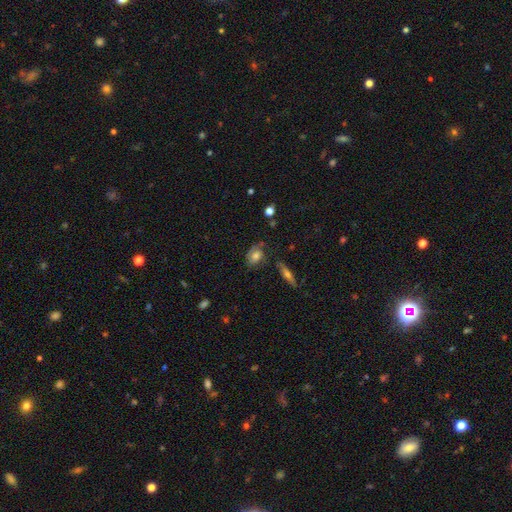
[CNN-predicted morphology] Smooth or featured: smooth — 49% (featured or disk — 42%)
Merging: none — 56% (minor disturbance — 27%)